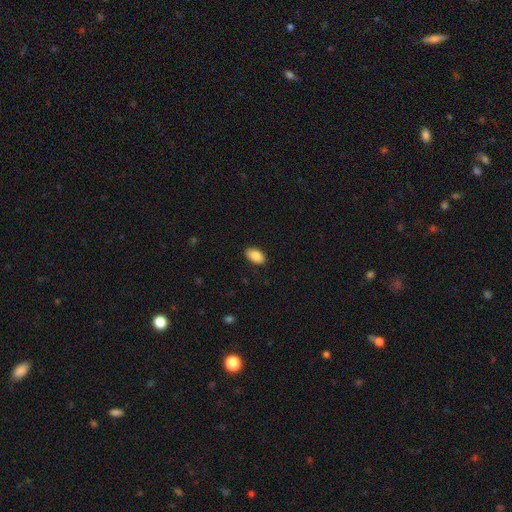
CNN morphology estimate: smooth-or-featured: smooth: 87% | star or artifact: 7% | featured or disk: 6%
  how-rounded: in between: 94% | round: 5% | cigar-shaped: 2%
  merging: none: 88% | minor disturbance: 9% | major disturbance: 2% | merger: 1%